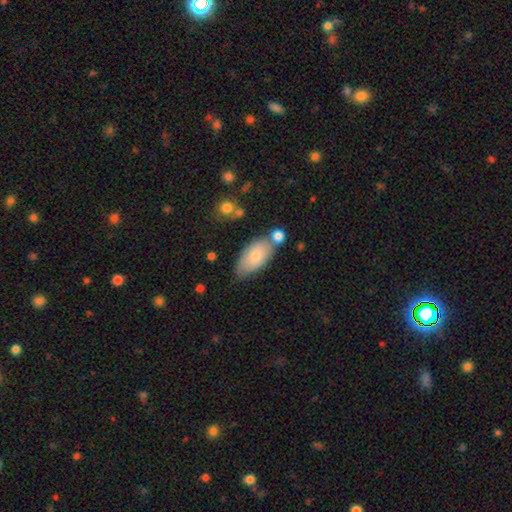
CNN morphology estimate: smooth 76%, featured or disk 18%, star or artifact 6%. Down the decision tree: how rounded — in between (91%); merging — none (60%).